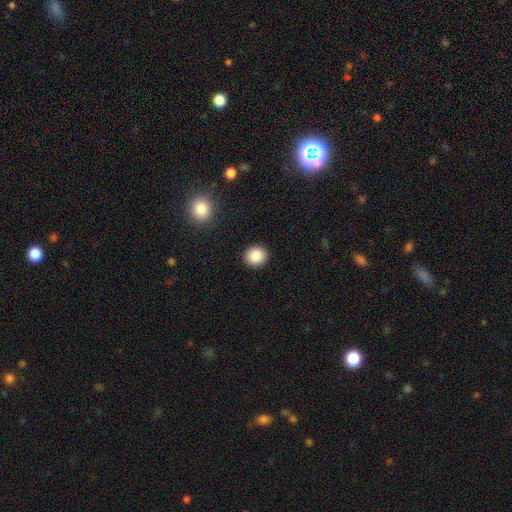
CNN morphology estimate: Smooth or featured: smooth — 87% (star or artifact — 9%)
How rounded: round — 84% (in between — 16%)
Merging: none — 91% (minor disturbance — 6%)